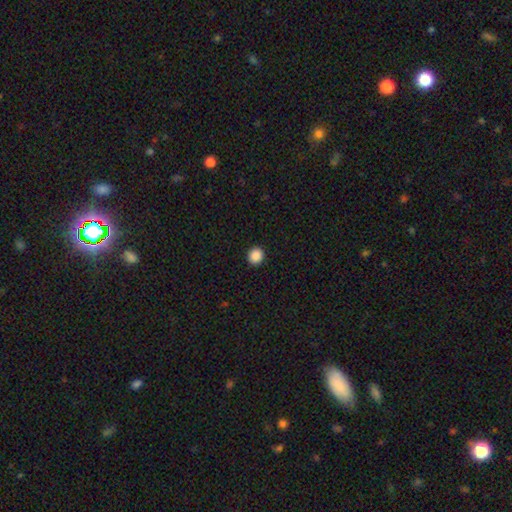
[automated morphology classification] Smooth or featured?
  - smooth: 88% *
  - star or artifact: 9%
  - featured or disk: 2%
How rounded?
  - round: 89% *
  - in between: 10%
  - cigar-shaped: 1%
Merging?
  - none: 93% *
  - minor disturbance: 4%
  - major disturbance: 2%
  - merger: 1%